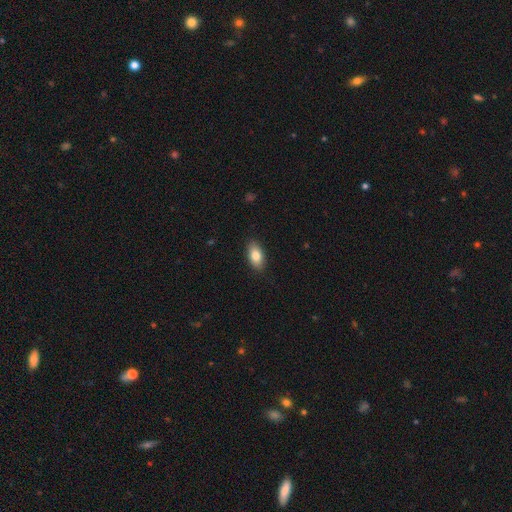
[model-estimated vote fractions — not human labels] A smooth galaxy with no disk features (82%) that is in between round and cigar-shaped (91%).

Vote fractions:
- Smooth or featured? smooth: 82% / featured or disk: 11% / star or artifact: 7%
- How rounded? in between: 91% / round: 5% / cigar-shaped: 4%
- Merging? none: 88% / minor disturbance: 9% / major disturbance: 2% / merger: 1%